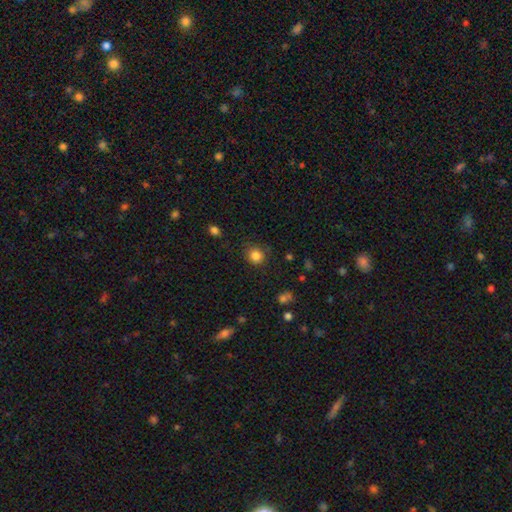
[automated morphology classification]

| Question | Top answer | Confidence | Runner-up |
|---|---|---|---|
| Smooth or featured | smooth | 84% | star or artifact (11%) |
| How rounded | round | 86% | in between (14%) |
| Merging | none | 82% | minor disturbance (12%) |